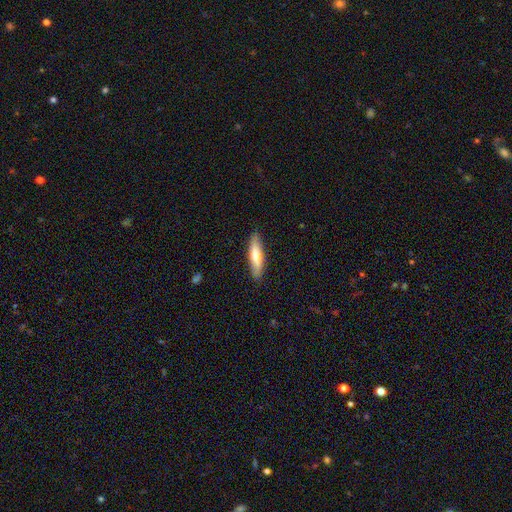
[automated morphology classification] Smooth or featured? Predicted: smooth (p=0.64). How rounded? Predicted: cigar-shaped (p=0.73). Merging? Predicted: none (p=0.86).